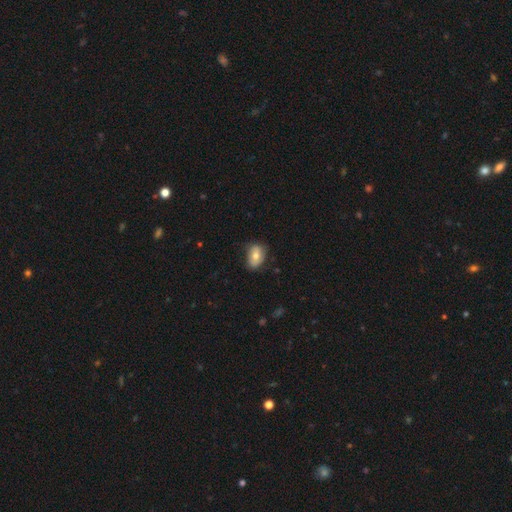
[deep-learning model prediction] A smooth galaxy with no disk features (71%) that is in between round and cigar-shaped (81%). Merging: none (70%).